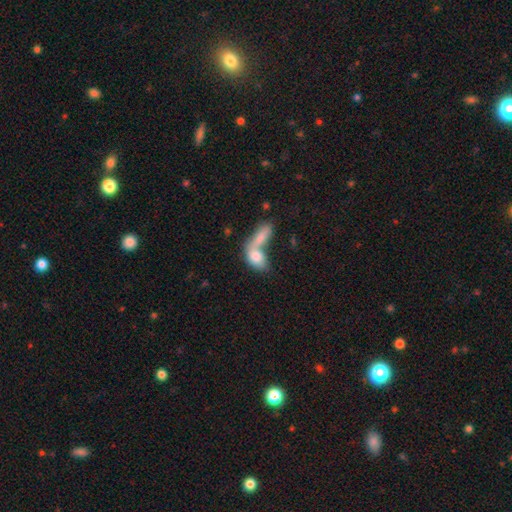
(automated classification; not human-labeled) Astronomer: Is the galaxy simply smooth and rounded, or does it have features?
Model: smooth — 77%.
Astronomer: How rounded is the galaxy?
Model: in between — 80%.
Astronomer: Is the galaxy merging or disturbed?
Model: merger — 71%.